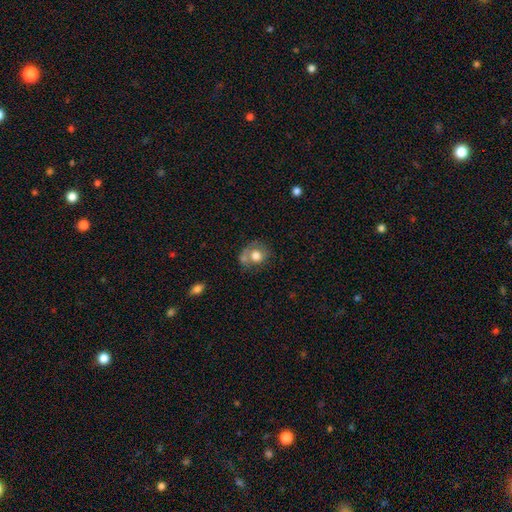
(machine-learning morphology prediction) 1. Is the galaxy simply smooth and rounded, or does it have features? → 68% smooth, 24% featured or disk, 9% star or artifact.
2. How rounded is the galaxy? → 72% round, 27% in between, 1% cigar-shaped.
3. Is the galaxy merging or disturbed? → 40% none, 27% merger, 20% minor disturbance, 13% major disturbance.